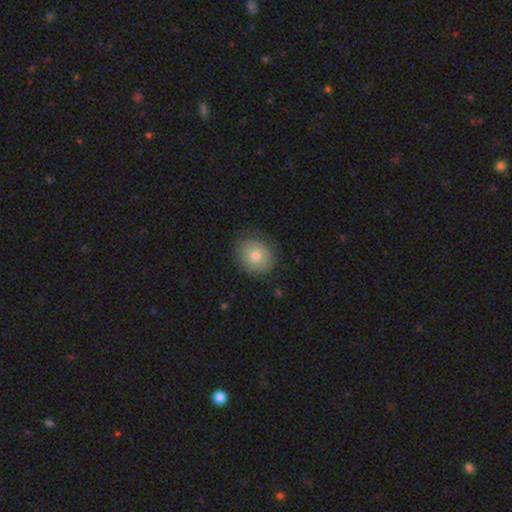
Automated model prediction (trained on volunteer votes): Overall: smooth (73%). How rounded: round (77%). Merging: none (81%).